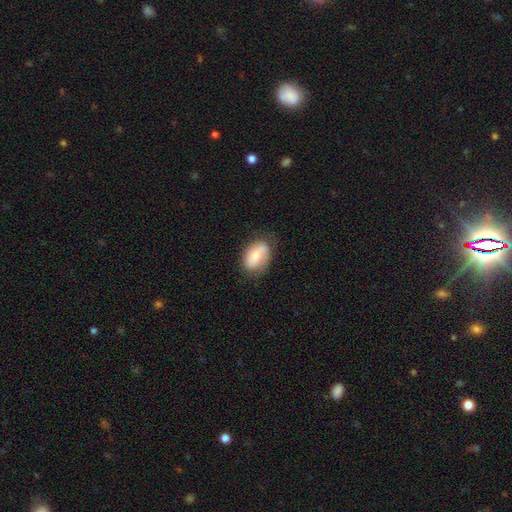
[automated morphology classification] Smooth or featured?
  - smooth: 55% *
  - featured or disk: 38%
  - star or artifact: 7%
How rounded?
  - in between: 85% *
  - round: 13%
  - cigar-shaped: 1%
Merging?
  - none: 64% *
  - minor disturbance: 26%
  - major disturbance: 8%
  - merger: 2%